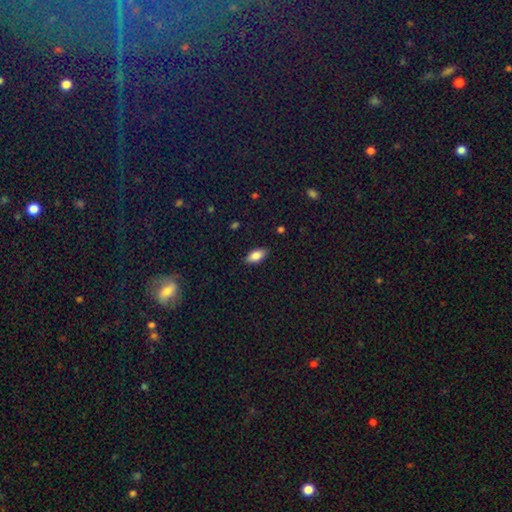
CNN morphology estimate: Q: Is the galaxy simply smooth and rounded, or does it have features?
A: smooth — 84%.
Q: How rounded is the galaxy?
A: in between — 88%.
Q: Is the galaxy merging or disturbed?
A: none — 87%.